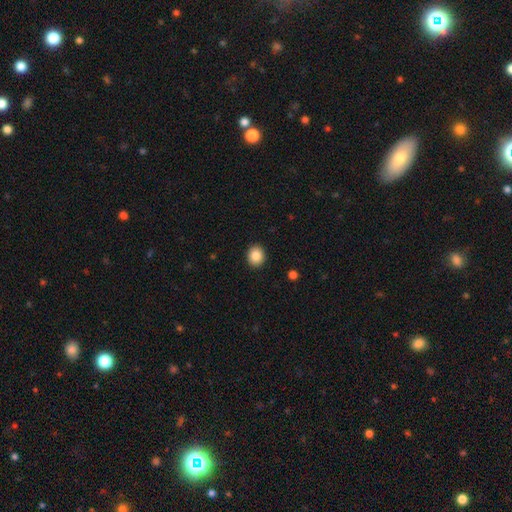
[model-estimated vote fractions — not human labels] smooth-or-featured: smooth: 87% | star or artifact: 9% | featured or disk: 4%
  how-rounded: round: 72% | in between: 27% | cigar-shaped: 1%
  merging: none: 92% | minor disturbance: 5% | major disturbance: 2% | merger: 1%